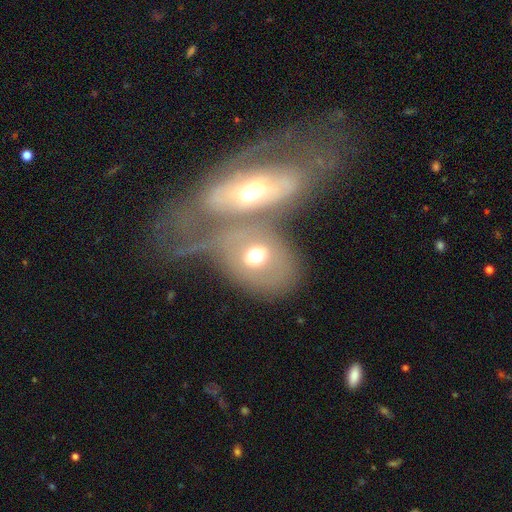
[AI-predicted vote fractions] smooth-or-featured: smooth: 51% | featured or disk: 39% | star or artifact: 10%
  how-rounded: in between: 59% | round: 39% | cigar-shaped: 2%
  merging: merger: 54% | none: 27% | major disturbance: 10% | minor disturbance: 9%